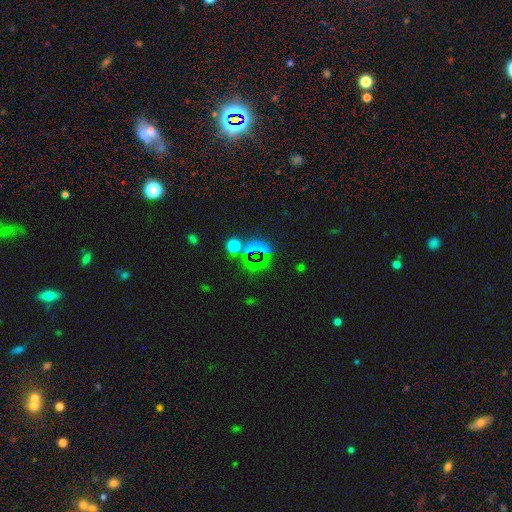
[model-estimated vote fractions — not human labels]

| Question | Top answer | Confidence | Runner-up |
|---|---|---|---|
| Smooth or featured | star or artifact | 64% | smooth (27%) |